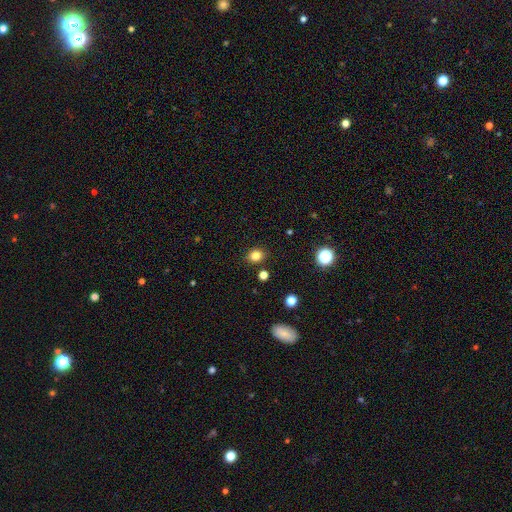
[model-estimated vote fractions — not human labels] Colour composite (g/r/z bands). It shows a smooth galaxy with no disk features (81%) that is round (64%). Merging: none (87%).